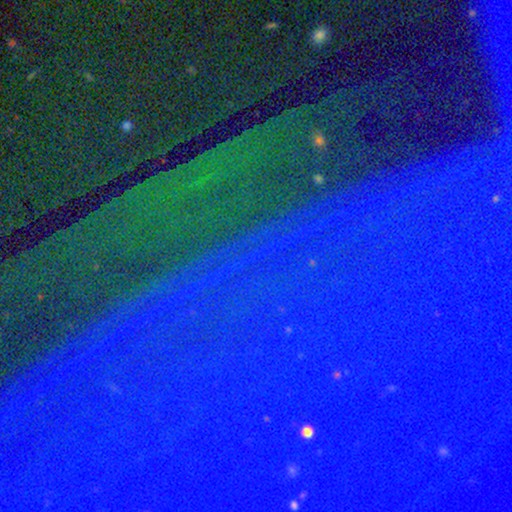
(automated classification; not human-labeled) This is clearly a star or artifact rather than a galaxy (87%).